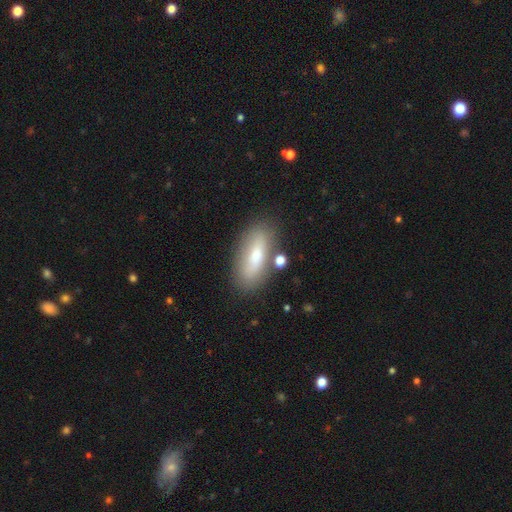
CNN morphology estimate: Q: Smooth or featured?
A: smooth (67%); runner-up: featured or disk (25%)
Q: How rounded?
A: in between (74%); runner-up: cigar-shaped (23%)
Q: Merging?
A: none (78%); runner-up: minor disturbance (13%)